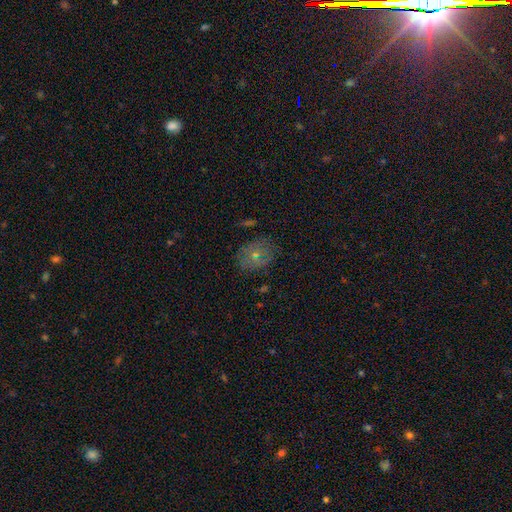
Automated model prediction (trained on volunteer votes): Q: Smooth or featured?
A: smooth (51%); runner-up: featured or disk (33%)
Q: How rounded?
A: in between (50%); runner-up: round (49%)
Q: Merging?
A: none (74%); runner-up: minor disturbance (18%)